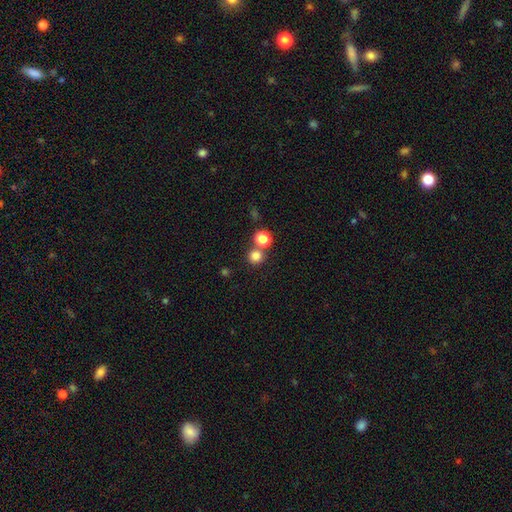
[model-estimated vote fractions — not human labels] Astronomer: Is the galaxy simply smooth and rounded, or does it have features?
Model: smooth — 80%.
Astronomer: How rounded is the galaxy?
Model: round — 92%.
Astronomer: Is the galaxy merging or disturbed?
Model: none — 67%.